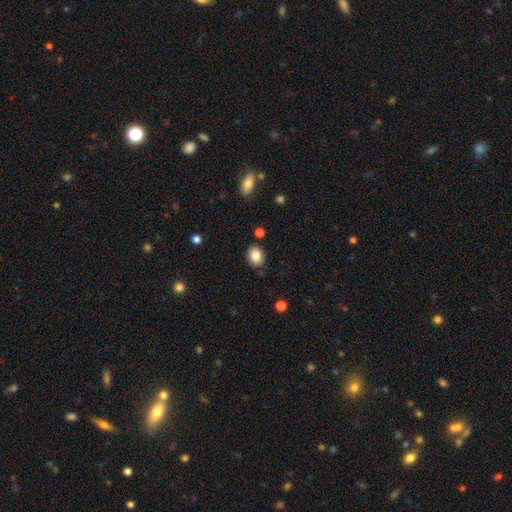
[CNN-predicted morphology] smooth_or_featured: smooth (p=0.85) [alt: star or artifact p=0.09]
how_rounded: in between (p=0.60) [alt: round p=0.39]
merging: none (p=0.83) [alt: minor disturbance p=0.11]